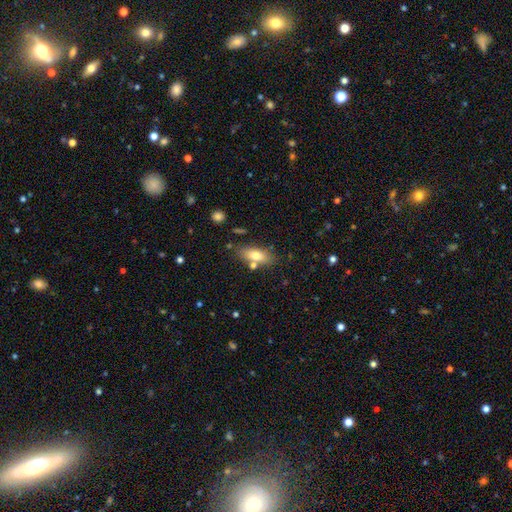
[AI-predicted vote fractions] Morphology: type=smooth (74%); roundness=in between (79%); merging=none (73%).